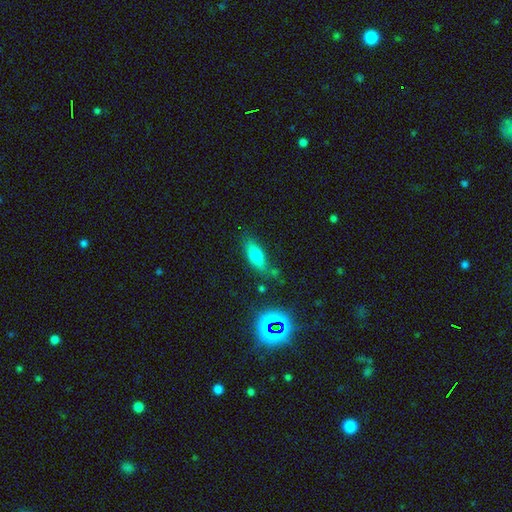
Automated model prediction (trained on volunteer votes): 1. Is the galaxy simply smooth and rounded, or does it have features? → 69% smooth, 20% featured or disk, 11% star or artifact.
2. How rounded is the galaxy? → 68% in between, 28% cigar-shaped, 4% round.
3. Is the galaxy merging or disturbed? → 72% none, 17% minor disturbance, 5% merger, 5% major disturbance.